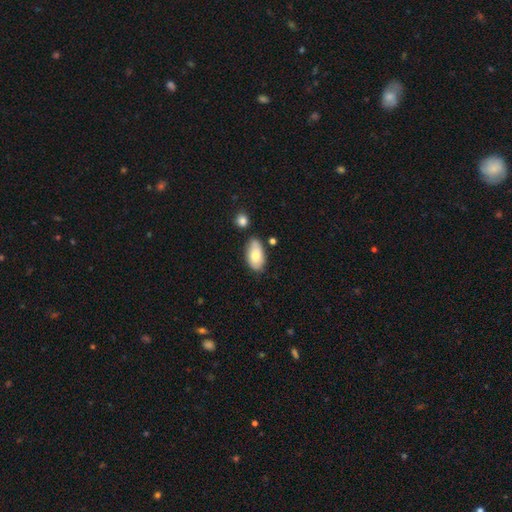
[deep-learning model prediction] Morphology: type=smooth (75%); roundness=in between (94%); merging=none (69%).